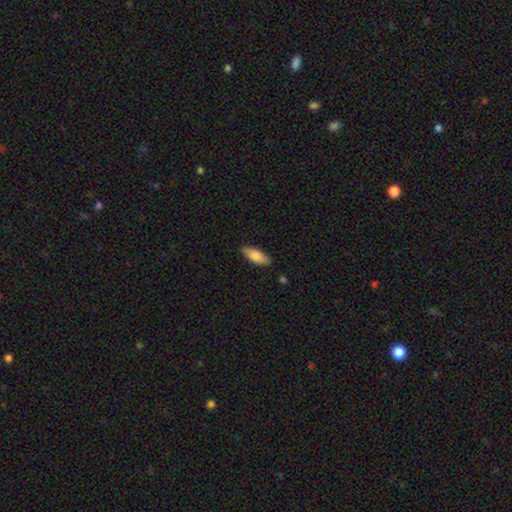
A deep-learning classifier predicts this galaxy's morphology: smooth-or-featured: smooth: 80% | featured or disk: 14% | star or artifact: 6%
  how-rounded: in between: 70% | cigar-shaped: 28% | round: 2%
  merging: none: 84% | minor disturbance: 13% | major disturbance: 2% | merger: 1%